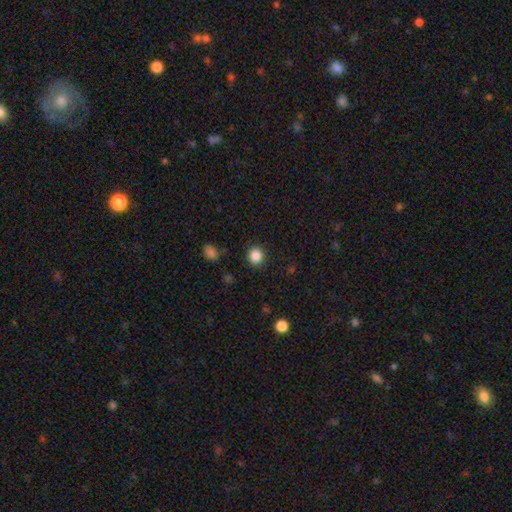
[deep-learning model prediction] This is clearly a smooth galaxy (86%). How rounded: clearly round (91%). Merging: clearly none (90%).